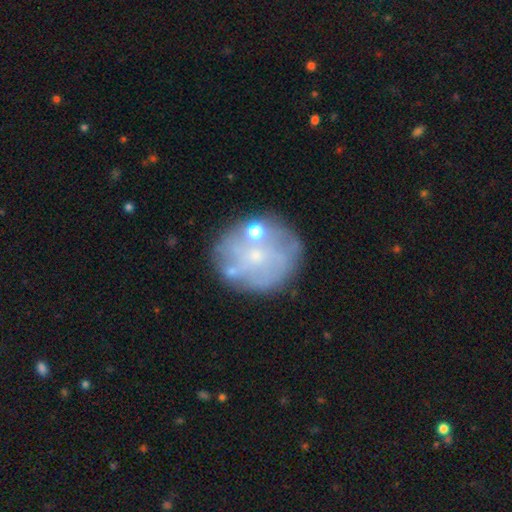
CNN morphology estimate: featured or disk 52%, smooth 37%, star or artifact 11%. Down the decision tree: edge-on disk — no (97%); bar — no (84%); spiral arms — no (73%); bulge size — small (67%); merging — none (64%).